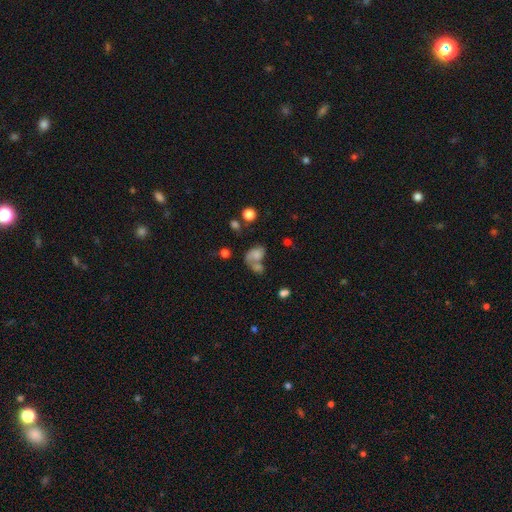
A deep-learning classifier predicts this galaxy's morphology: smooth-or-featured: smooth: 64% | featured or disk: 22% | star or artifact: 14%
  how-rounded: in between: 69% | round: 30% | cigar-shaped: 2%
  merging: merger: 50% | none: 22% | major disturbance: 15% | minor disturbance: 12%